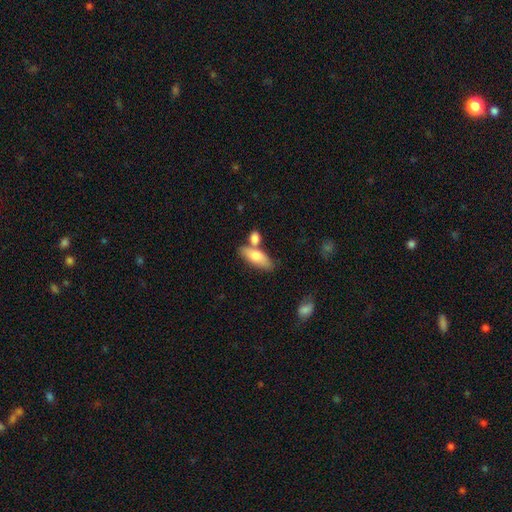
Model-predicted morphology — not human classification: smooth_or_featured: smooth (p=0.74) [alt: featured or disk p=0.20]
how_rounded: in between (p=0.77) [alt: cigar-shaped p=0.19]
merging: none (p=0.55) [alt: merger p=0.28]